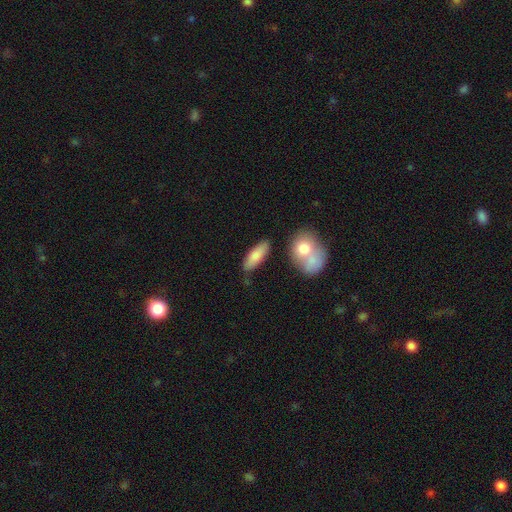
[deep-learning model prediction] Smooth or featured: smooth — 81% (featured or disk — 13%)
How rounded: in between — 65% (cigar-shaped — 32%)
Merging: none — 75% (minor disturbance — 13%)